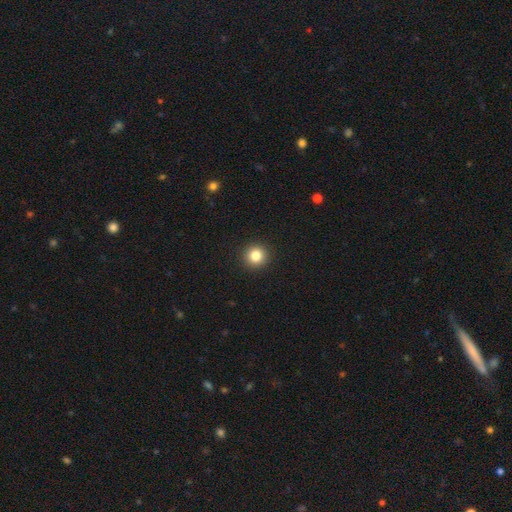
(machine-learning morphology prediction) Q: Smooth or featured?
A: smooth (83%); runner-up: star or artifact (12%)
Q: How rounded?
A: round (95%); runner-up: in between (4%)
Q: Merging?
A: none (93%); runner-up: minor disturbance (4%)